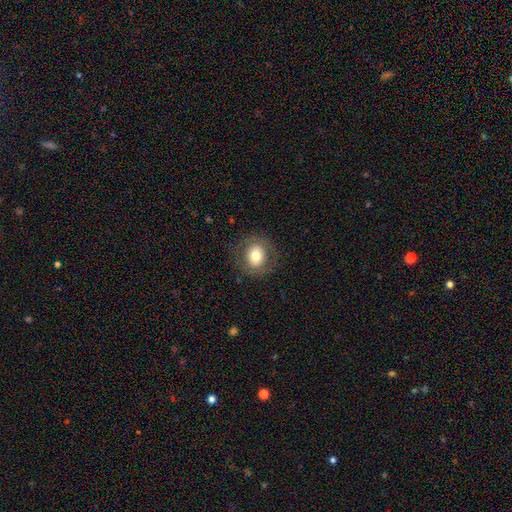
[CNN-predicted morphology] type=smooth (69%); roundness=round (80%); merging=none (83%).